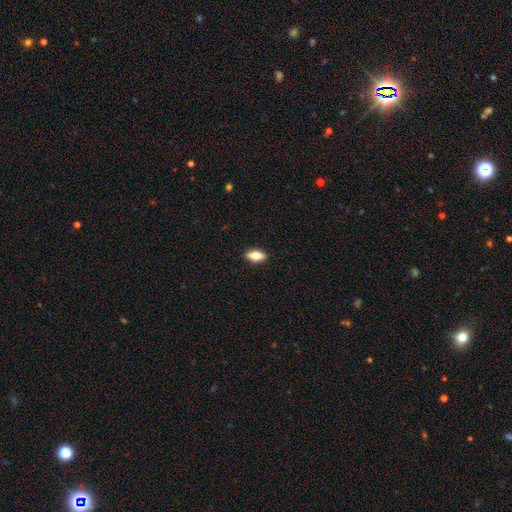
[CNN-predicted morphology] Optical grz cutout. It shows a smooth galaxy with no disk features (66%) that is in between round and cigar-shaped (83%). Merging: none (89%).